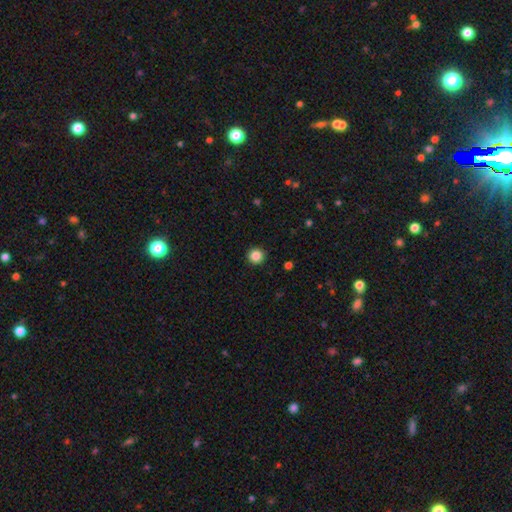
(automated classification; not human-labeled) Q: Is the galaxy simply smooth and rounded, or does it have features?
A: smooth — 86%.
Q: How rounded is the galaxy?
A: round — 96%.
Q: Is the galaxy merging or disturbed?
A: none — 93%.